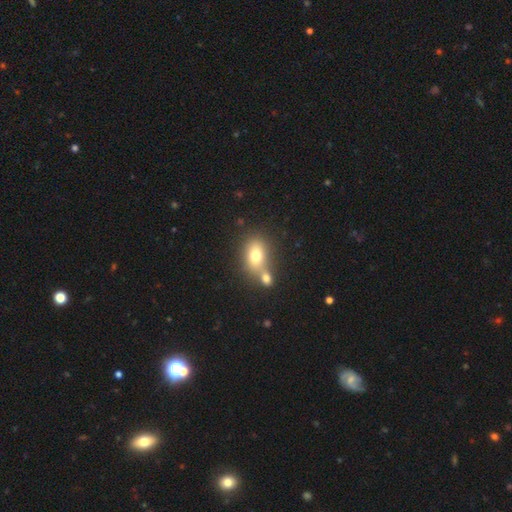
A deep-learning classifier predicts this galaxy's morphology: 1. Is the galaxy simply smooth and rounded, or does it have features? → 75% smooth, 15% featured or disk, 10% star or artifact.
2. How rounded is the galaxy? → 74% in between, 23% round, 2% cigar-shaped.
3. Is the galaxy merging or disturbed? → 42% none (tied), 42% merger (tied), 11% minor disturbance, 4% major disturbance.